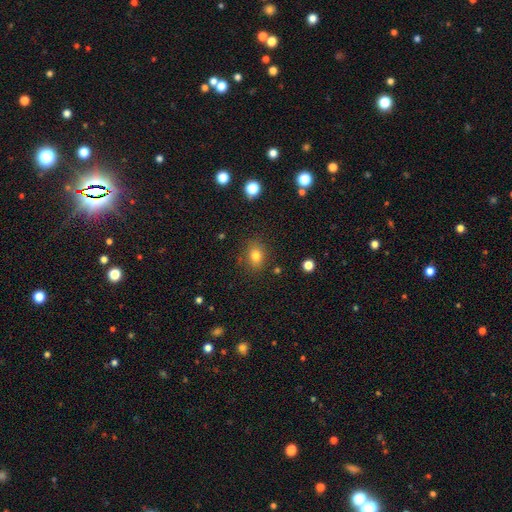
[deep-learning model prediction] A smooth galaxy with no disk features (79%) that is in between round and cigar-shaped (56%).

Vote fractions:
- Smooth or featured? smooth: 79% / star or artifact: 13% / featured or disk: 8%
- How rounded? in between: 56% / round: 43% / cigar-shaped: 1%
- Merging? none: 83% / minor disturbance: 11% / major disturbance: 3% / merger: 2%